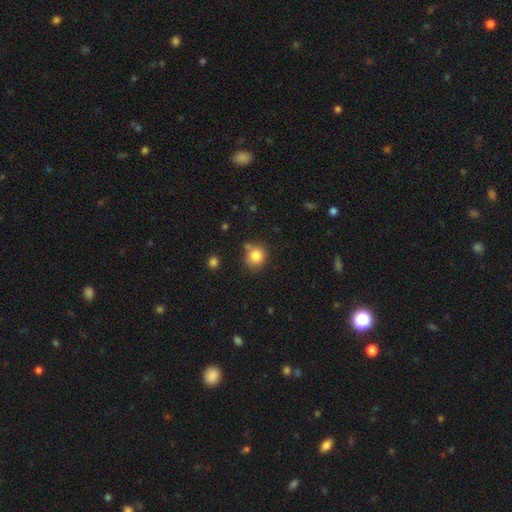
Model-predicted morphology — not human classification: smooth-or-featured: smooth: 83% | star or artifact: 11% | featured or disk: 7%
  how-rounded: round: 81% | in between: 18% | cigar-shaped: 1%
  merging: none: 70% | minor disturbance: 15% | merger: 11% | major disturbance: 4%